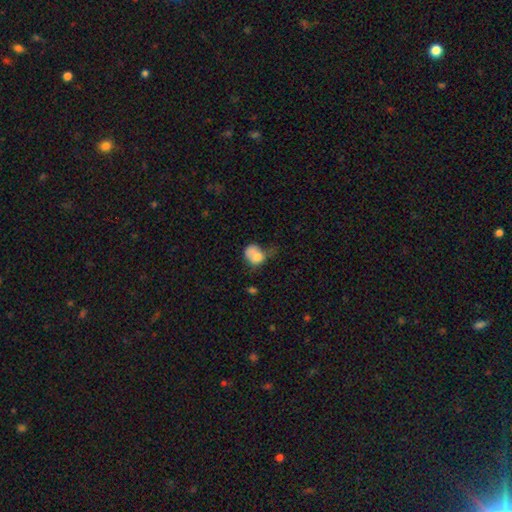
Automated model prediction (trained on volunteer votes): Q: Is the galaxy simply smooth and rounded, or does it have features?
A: smooth — 72%.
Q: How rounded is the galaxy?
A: in between — 53%.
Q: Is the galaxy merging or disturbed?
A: merger — 33%.